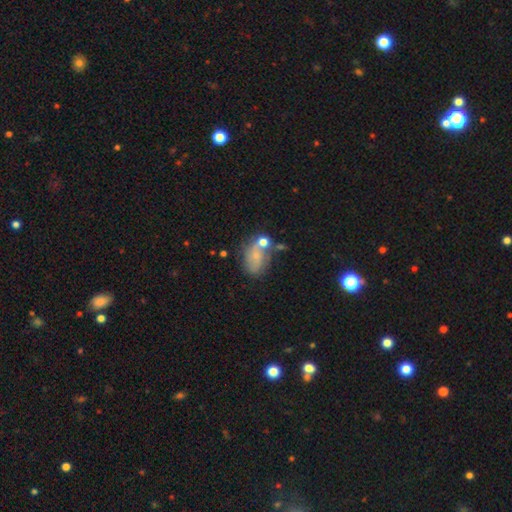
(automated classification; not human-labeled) Smooth or featured? Predicted: smooth (p=0.52). How rounded? Predicted: in between (p=0.74). Merging? Predicted: none (p=0.39).